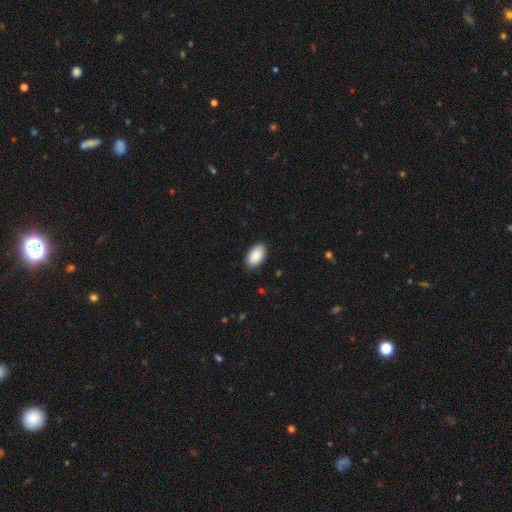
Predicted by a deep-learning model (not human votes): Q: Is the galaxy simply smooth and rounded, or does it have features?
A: smooth — 90%.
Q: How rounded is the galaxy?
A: in between — 96%.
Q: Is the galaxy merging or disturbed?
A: none — 89%.